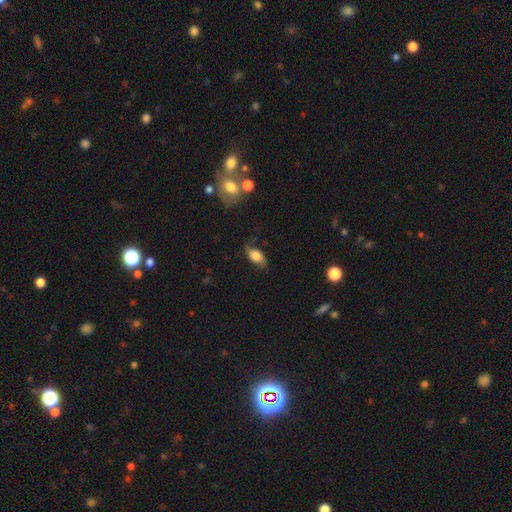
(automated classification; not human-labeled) The model was most divided on "smooth or featured": smooth: 57%, featured or disk: 34%, star or artifact: 9%. More confident: how rounded — in between (87%); merging — none (61%).